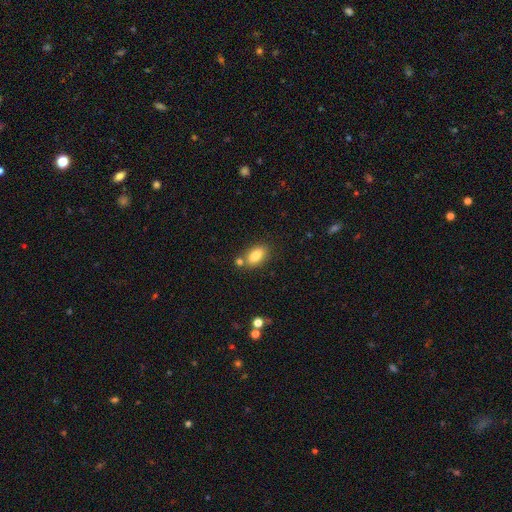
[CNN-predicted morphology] type=smooth (81%); roundness=in between (89%); merging=none (71%).